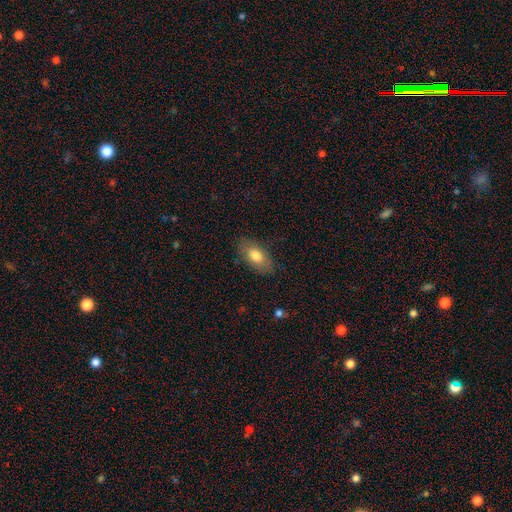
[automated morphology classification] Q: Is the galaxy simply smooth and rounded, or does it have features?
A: smooth — 76%.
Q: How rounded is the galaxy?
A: in between — 90%.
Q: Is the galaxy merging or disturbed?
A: none — 79%.